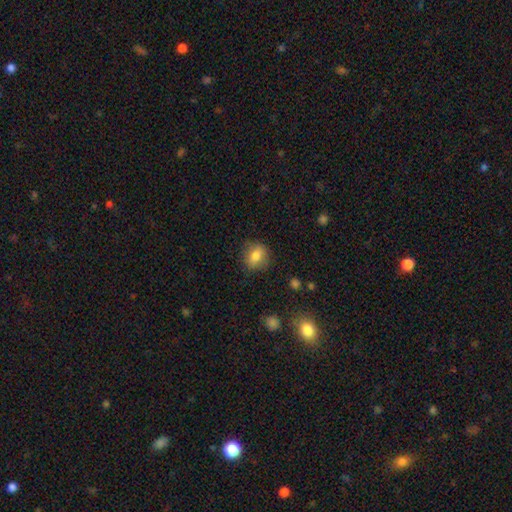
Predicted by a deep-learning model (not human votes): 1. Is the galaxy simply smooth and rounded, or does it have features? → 78% smooth, 13% featured or disk, 9% star or artifact.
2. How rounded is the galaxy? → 66% round, 32% in between, 2% cigar-shaped.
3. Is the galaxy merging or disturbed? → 82% none, 13% minor disturbance, 4% major disturbance, 1% merger.